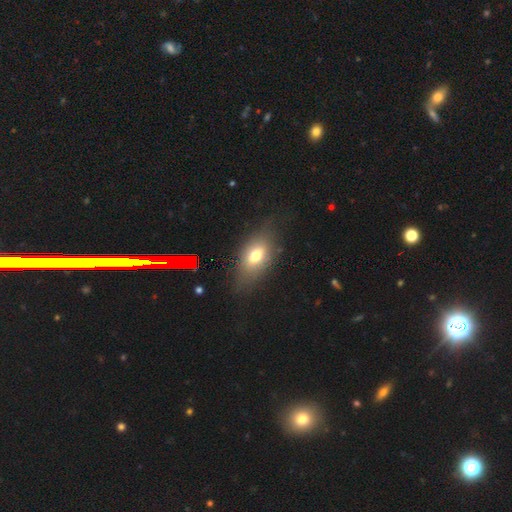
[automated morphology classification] Q: Smooth or featured?
A: smooth (67%); runner-up: featured or disk (22%)
Q: How rounded?
A: in between (84%); runner-up: round (10%)
Q: Merging?
A: none (71%); runner-up: minor disturbance (19%)